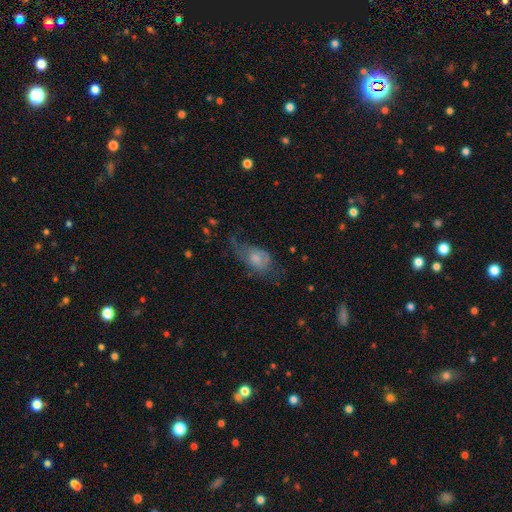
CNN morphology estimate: This is marginally a featured or disk galaxy (44%). Merging: marginally none (41%).